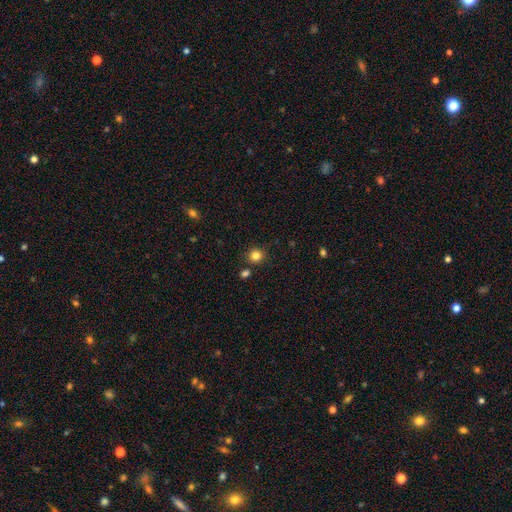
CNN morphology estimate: Smooth or featured: smooth — 83% (star or artifact — 12%)
How rounded: round — 89% (in between — 10%)
Merging: none — 85% (minor disturbance — 8%)